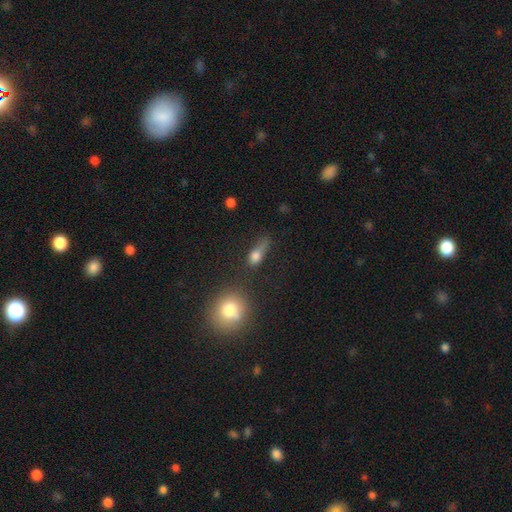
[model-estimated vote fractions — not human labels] smooth-or-featured: smooth: 73% | star or artifact: 14% | featured or disk: 13%
  how-rounded: in between: 58% | round: 24% | cigar-shaped: 18%
  merging: none: 35% | minor disturbance: 28% | major disturbance: 24% | merger: 13%